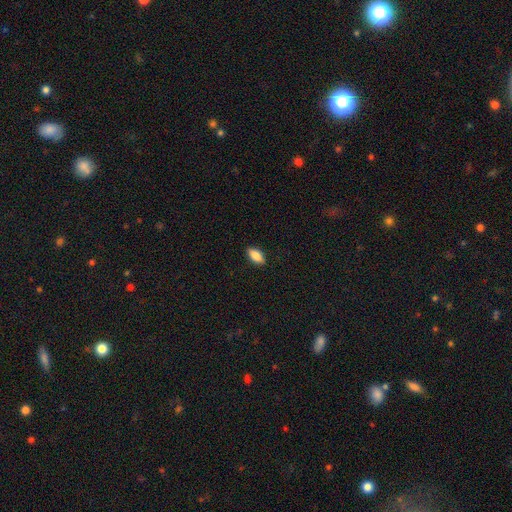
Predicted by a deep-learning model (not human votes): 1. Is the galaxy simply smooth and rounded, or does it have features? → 86% smooth, 8% featured or disk, 7% star or artifact.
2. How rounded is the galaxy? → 88% in between, 9% cigar-shaped, 3% round.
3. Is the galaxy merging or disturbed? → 89% none, 8% minor disturbance, 2% major disturbance, 1% merger.